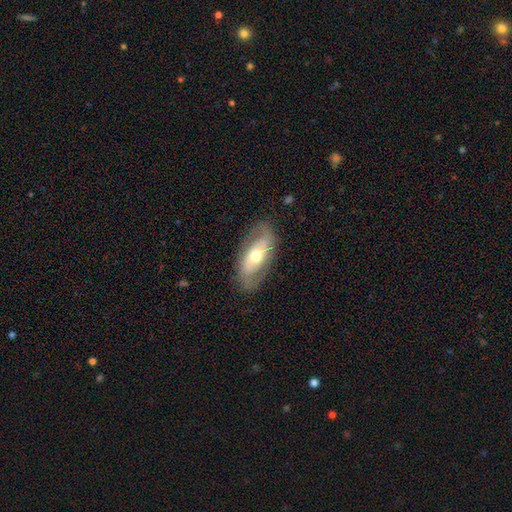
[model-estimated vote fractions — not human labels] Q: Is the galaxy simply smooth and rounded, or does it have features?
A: featured or disk — 66%.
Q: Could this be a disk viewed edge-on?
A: no — 89%.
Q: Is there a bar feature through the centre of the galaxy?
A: no — 59%.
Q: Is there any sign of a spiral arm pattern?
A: yes — 66%.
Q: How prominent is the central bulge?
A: moderate — 70%.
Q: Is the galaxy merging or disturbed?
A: none — 78%.